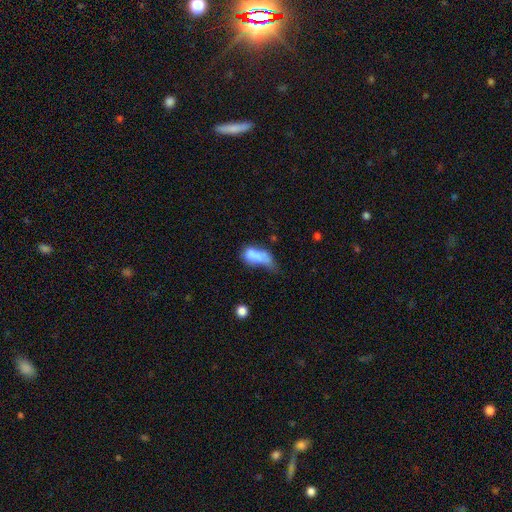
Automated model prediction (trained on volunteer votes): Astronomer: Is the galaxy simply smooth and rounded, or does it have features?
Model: smooth — 69%.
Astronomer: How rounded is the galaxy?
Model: in between — 82%.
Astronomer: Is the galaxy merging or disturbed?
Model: major disturbance — 37% (runner-up: minor disturbance, 25%).